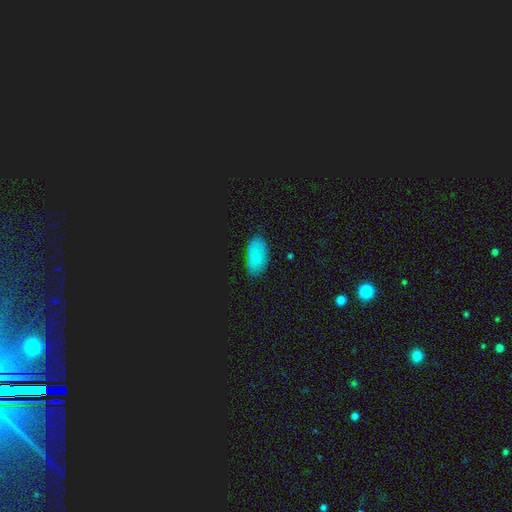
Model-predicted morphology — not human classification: Q: Smooth or featured?
A: smooth (73%); runner-up: star or artifact (17%)
Q: How rounded?
A: in between (94%); runner-up: round (3%)
Q: Merging?
A: none (80%); runner-up: minor disturbance (16%)